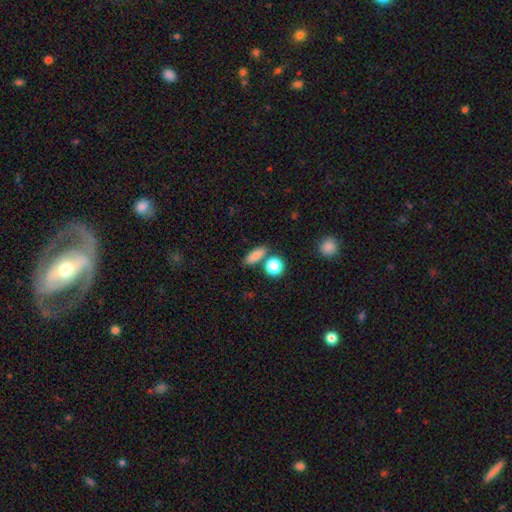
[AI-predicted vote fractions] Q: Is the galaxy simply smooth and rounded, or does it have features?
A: smooth — 82%.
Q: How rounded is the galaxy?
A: in between — 57%.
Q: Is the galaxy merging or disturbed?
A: none — 73%.